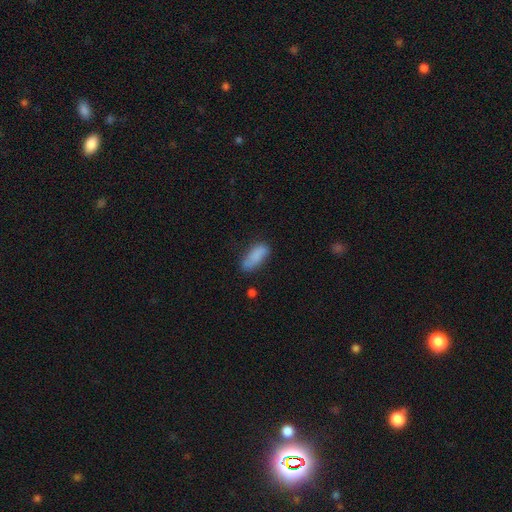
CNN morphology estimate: Smooth or featured? smooth (84%)
How rounded? in between (72%)
Merging? none (66%)